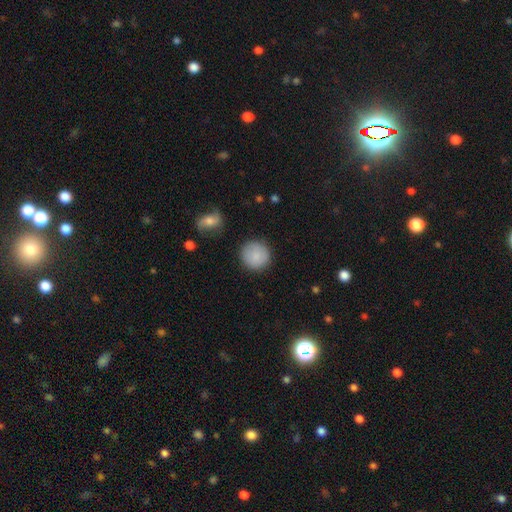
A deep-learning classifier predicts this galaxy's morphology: Smooth or featured? Predicted: smooth (p=0.86). How rounded? Predicted: round (p=0.93). Merging? Predicted: none (p=0.87).